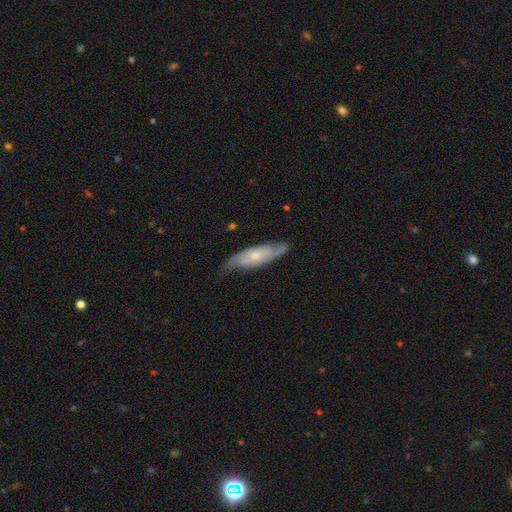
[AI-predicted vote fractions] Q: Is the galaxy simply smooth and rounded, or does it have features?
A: featured or disk — 62%.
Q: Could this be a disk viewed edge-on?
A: no — 70%.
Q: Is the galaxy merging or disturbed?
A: none — 77%.